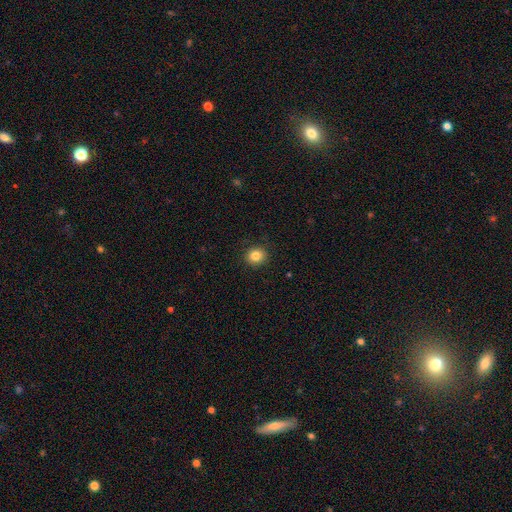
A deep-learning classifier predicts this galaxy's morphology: The model was most divided on "smooth or featured": smooth: 84%, star or artifact: 11%, featured or disk: 6%. More confident: merging — none (91%); how rounded — round (87%).